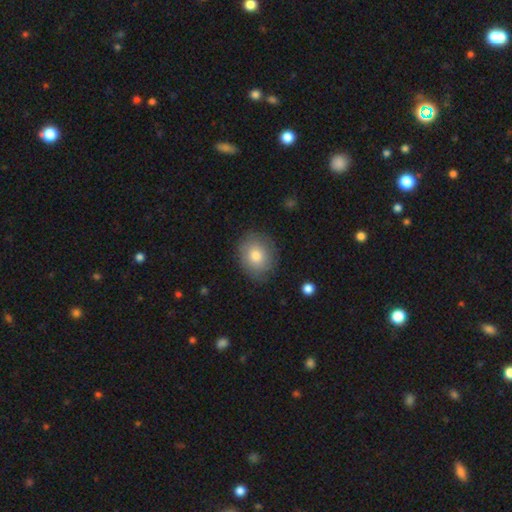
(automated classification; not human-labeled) This is likely a smooth galaxy (77%). How rounded: likely round (63%). Merging: clearly none (82%).